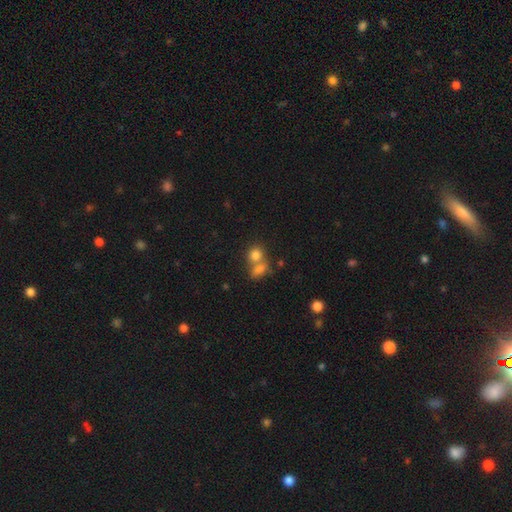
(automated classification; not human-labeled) smooth 80%, star or artifact 11%, featured or disk 9%. Down the decision tree: how rounded — round (65%); merging — merger (50%).